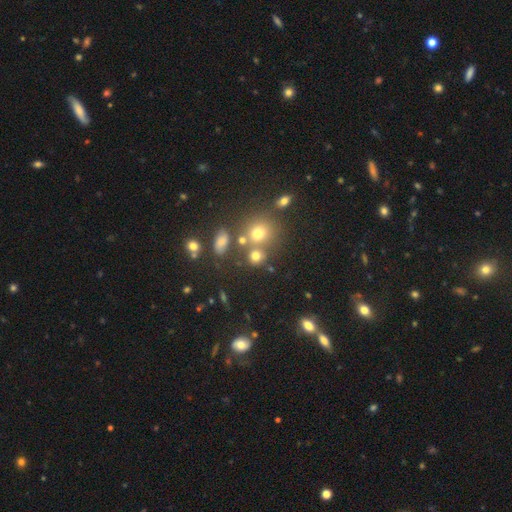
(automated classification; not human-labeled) This appears to be a smooth galaxy with no disk features (70%) that is round (78%). Merging: none (59%).